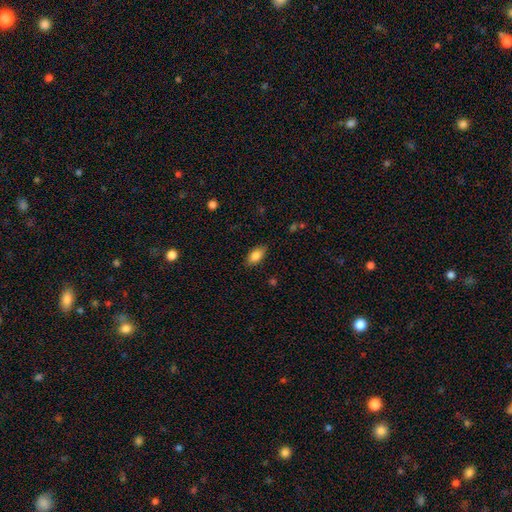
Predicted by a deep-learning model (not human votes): Overall: smooth (84%). How rounded: in between (90%). Merging: none (84%).